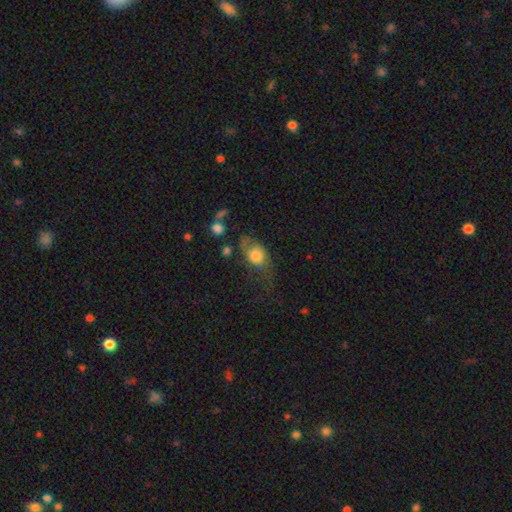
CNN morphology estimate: Smooth or featured? smooth (61%)
How rounded? in between (61%)
Merging? major disturbance (38%)